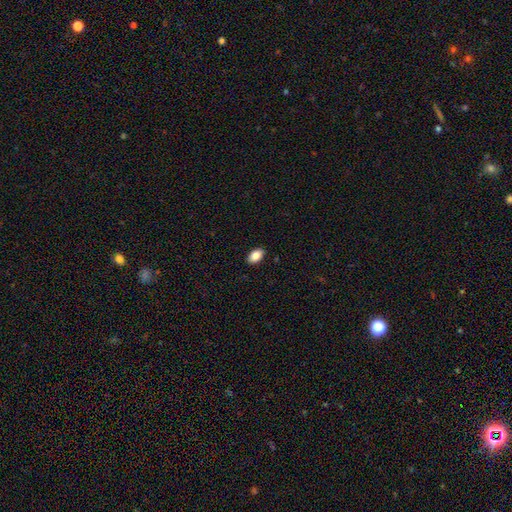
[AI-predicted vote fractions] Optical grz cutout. It shows a smooth galaxy with no disk features (86%) that is in between round and cigar-shaped (92%). Merging: none (89%).